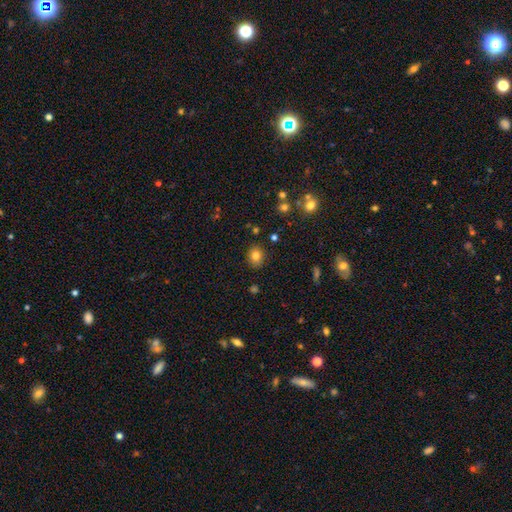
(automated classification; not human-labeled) The model was most divided on "how rounded": round: 63%, in between: 37%, cigar-shaped: 1%. More confident: merging — none (86%); smooth or featured — smooth (80%).